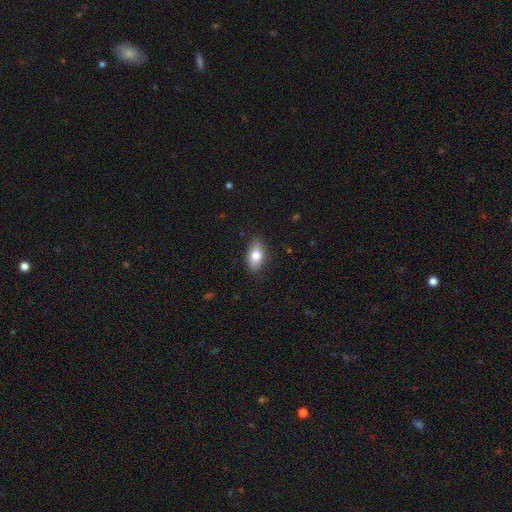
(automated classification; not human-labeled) This appears to be a smooth galaxy with no disk features (79%) that is in between round and cigar-shaped (88%). Merging: none (84%).